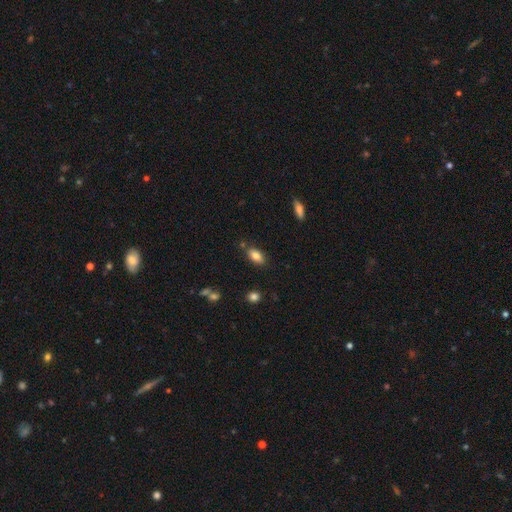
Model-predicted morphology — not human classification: smooth 82%, featured or disk 10%, star or artifact 8%. Down the decision tree: how rounded — in between (89%); merging — none (78%).